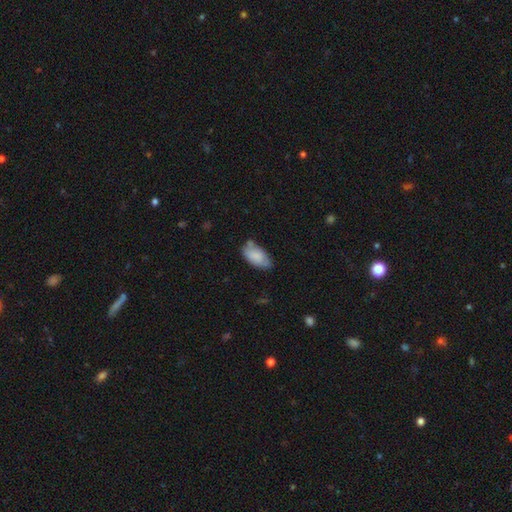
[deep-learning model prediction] Overall: smooth (79%). How rounded: in between (94%). Merging: none (58%; minor disturbance 30%).